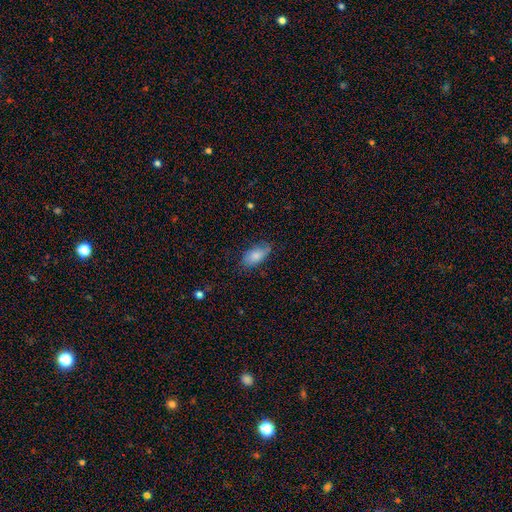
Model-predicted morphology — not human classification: Q: Smooth or featured?
A: smooth (82%); runner-up: featured or disk (11%)
Q: How rounded?
A: in between (91%); runner-up: cigar-shaped (6%)
Q: Merging?
A: none (74%); runner-up: minor disturbance (21%)